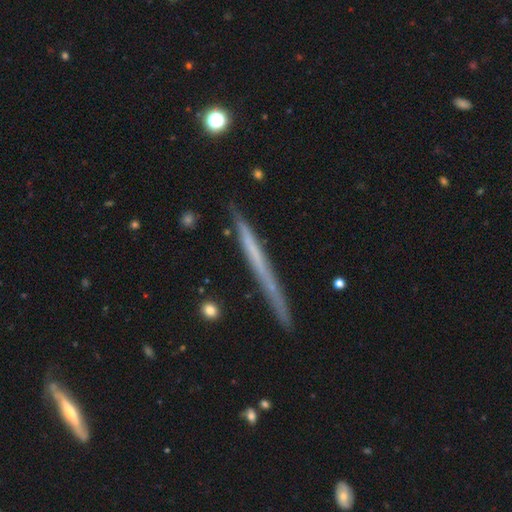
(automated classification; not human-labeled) smooth_or_featured: featured or disk (p=0.56) [alt: smooth p=0.38]
disk_edge_on: yes (p=0.97) [alt: no p=0.03]
edge_on_bulge: none (p=0.93) [alt: rounded p=0.04]
merging: none (p=0.86) [alt: minor disturbance p=0.11]